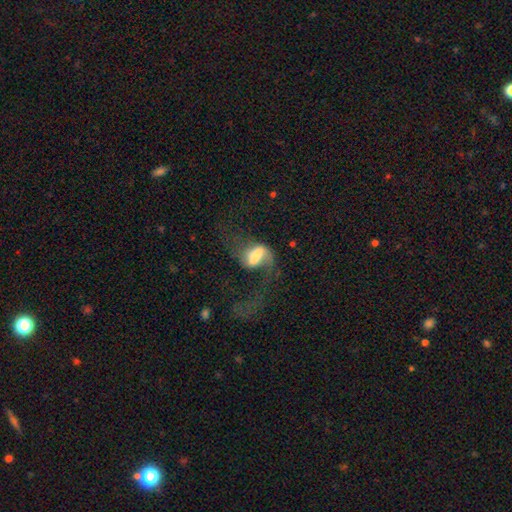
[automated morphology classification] Smooth or featured: featured or disk — 60% (smooth — 31%)
Edge-on disk: no — 95% (yes — 5%)
Bar: strong — 47% (weak — 34%)
Spiral arms: yes — 77% (no — 23%)
Bulge size: large — 33% (none — 22%)
Merging: major disturbance — 52% (none — 29%)